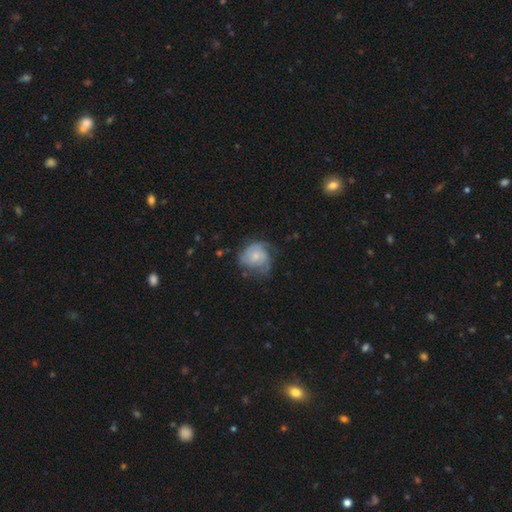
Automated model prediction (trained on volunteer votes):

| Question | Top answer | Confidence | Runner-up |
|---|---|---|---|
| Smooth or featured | featured or disk | 59% | smooth (33%) |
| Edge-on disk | no | 98% | yes (2%) |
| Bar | no | 77% | weak (20%) |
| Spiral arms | yes | 82% | no (18%) |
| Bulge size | small | 60% | moderate (30%) |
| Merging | none | 47% | minor disturbance (29%) |